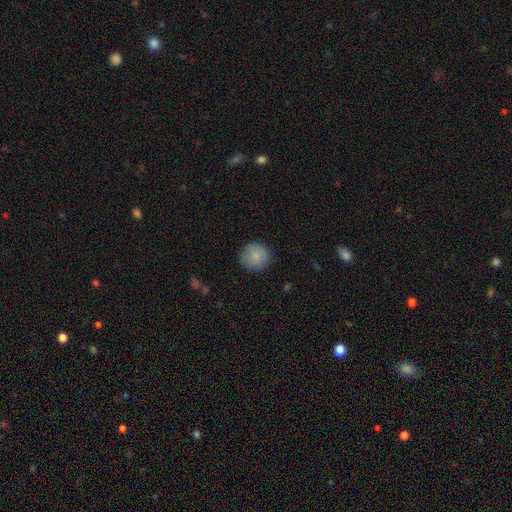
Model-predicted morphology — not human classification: A smooth galaxy with no disk features (87%) that is round (94%). Merging: none (89%).